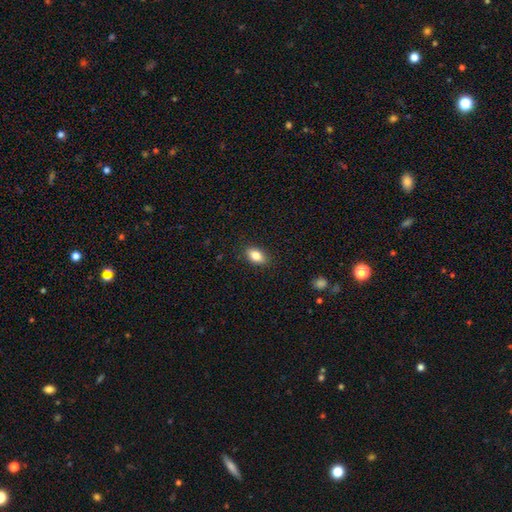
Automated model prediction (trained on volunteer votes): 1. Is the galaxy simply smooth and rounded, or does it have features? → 84% smooth, 8% star or artifact, 8% featured or disk.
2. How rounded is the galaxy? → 88% in between, 8% round, 4% cigar-shaped.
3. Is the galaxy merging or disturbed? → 87% none, 9% minor disturbance, 2% major disturbance, 1% merger.